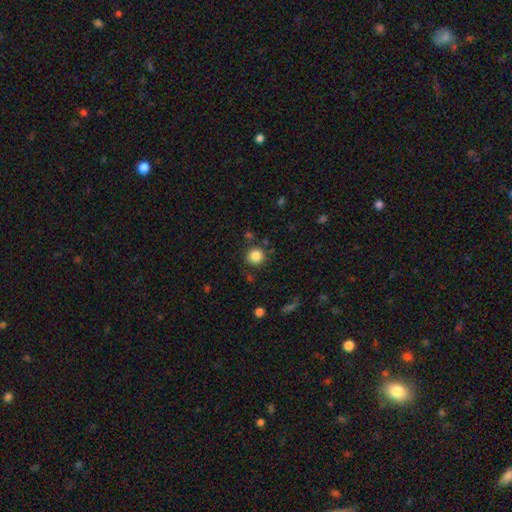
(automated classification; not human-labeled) Smooth or featured? Predicted: smooth (p=0.84). How rounded? Predicted: round (p=0.92). Merging? Predicted: none (p=0.84).